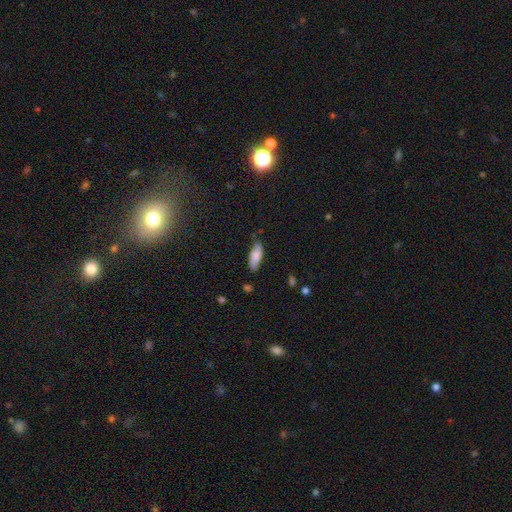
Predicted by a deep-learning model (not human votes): A smooth galaxy with no disk features (80%) that is in between round and cigar-shaped (69%).

Vote fractions:
- Smooth or featured? smooth: 80% / featured or disk: 14% / star or artifact: 6%
- How rounded? in between: 69% / cigar-shaped: 29% / round: 2%
- Merging? none: 74% / minor disturbance: 21% / major disturbance: 4% / merger: 2%